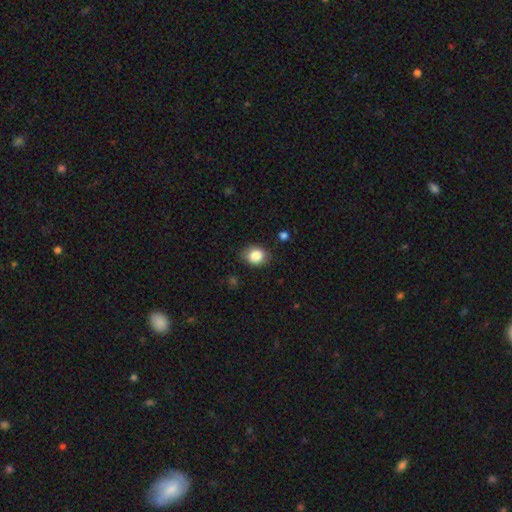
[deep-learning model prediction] smooth 85%, star or artifact 9%, featured or disk 6%. Down the decision tree: how rounded — round (53%); merging — none (82%).